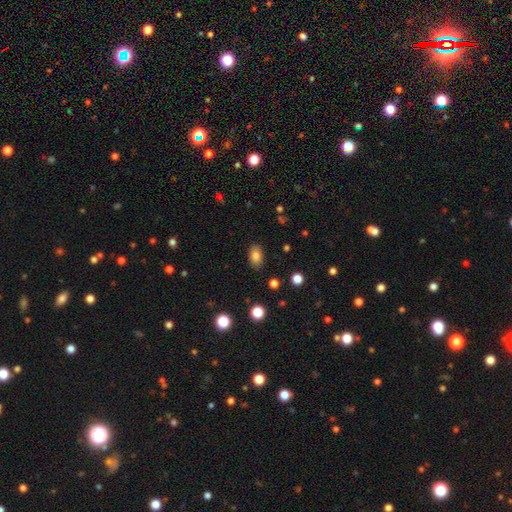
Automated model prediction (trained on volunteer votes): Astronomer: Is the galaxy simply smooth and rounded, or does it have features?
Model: smooth — 82%.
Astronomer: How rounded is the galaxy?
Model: in between — 88%.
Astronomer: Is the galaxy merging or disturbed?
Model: none — 86%.